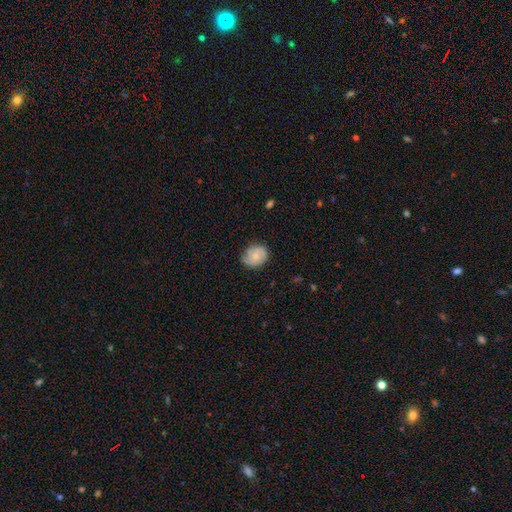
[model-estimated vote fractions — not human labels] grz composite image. It shows a smooth galaxy with no disk features (62%) that is round (59%). Merging: none (64%).